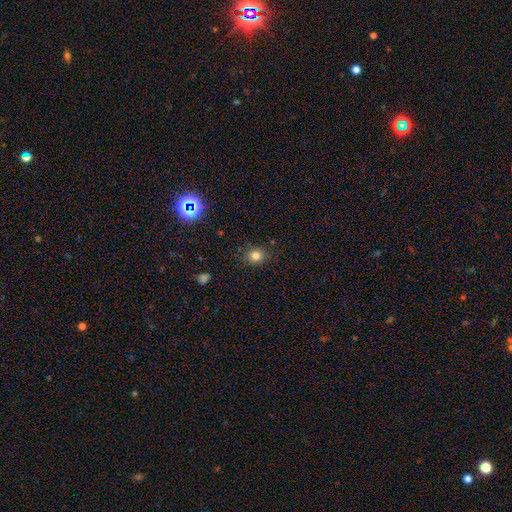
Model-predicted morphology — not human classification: This appears to be a smooth galaxy with no disk features (80%) that is round (78%). Merging: none (83%).